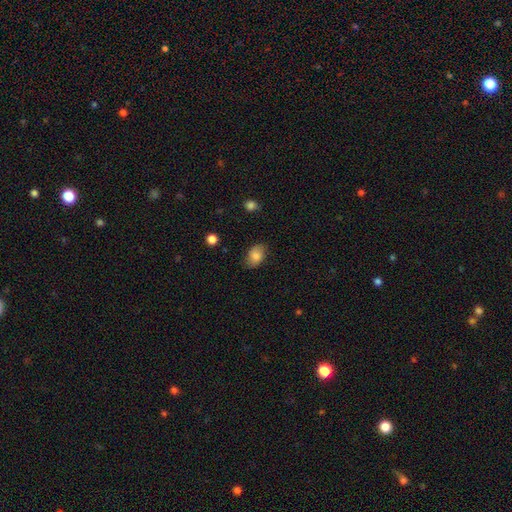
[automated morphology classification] This appears to be a smooth galaxy with no disk features (82%) that is in between round and cigar-shaped (82%). Merging: none (78%).